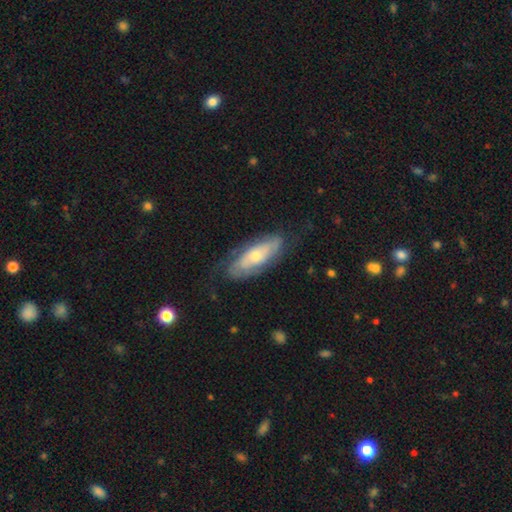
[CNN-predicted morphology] Overall: featured or disk (60%; smooth 34%). Edge-on disk: no (78%). Merging: none (71%).